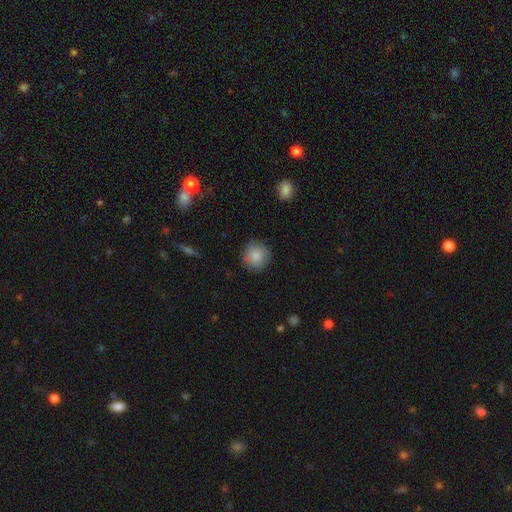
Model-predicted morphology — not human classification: The model was most divided on "smooth or featured": smooth: 85%, star or artifact: 8%, featured or disk: 7%. More confident: how rounded — round (94%); merging — none (88%).